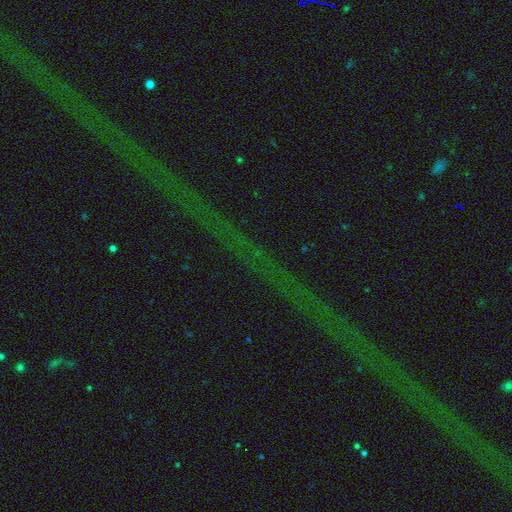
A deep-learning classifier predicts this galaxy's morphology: Overall: star or artifact (77%).